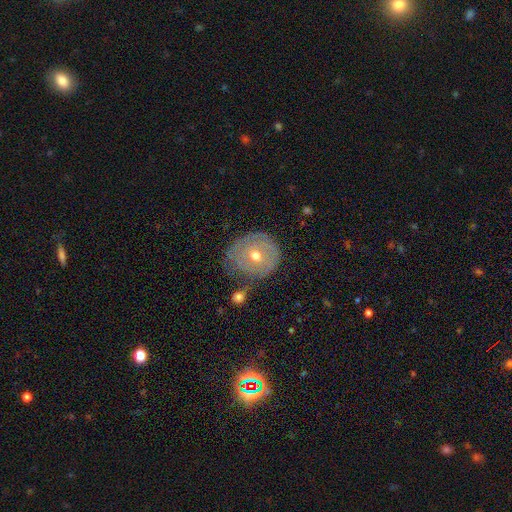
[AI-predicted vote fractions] smooth-or-featured: featured or disk: 49% | smooth: 42% | star or artifact: 9%
  merging: none: 59% | minor disturbance: 25% | major disturbance: 10% | merger: 6%